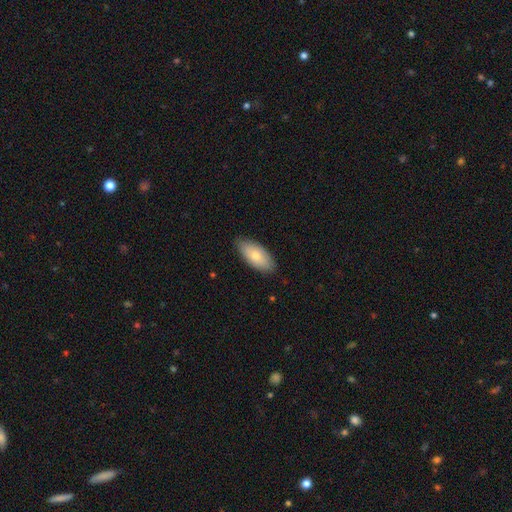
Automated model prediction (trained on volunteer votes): The model was most divided on "smooth or featured": smooth: 76%, featured or disk: 18%, star or artifact: 6%. More confident: how rounded — in between (90%); merging — none (85%).